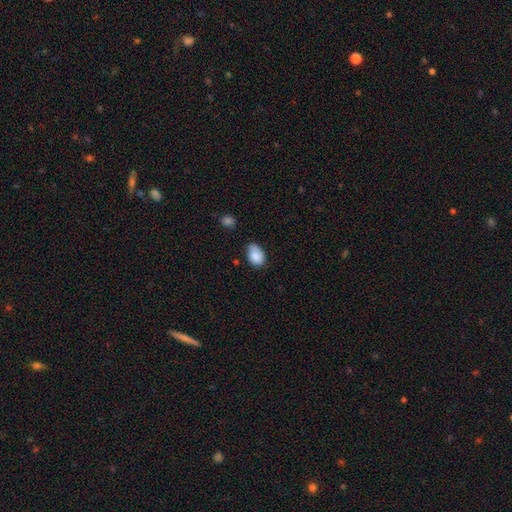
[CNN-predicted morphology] Overall: smooth (86%). How rounded: in between (83%). Merging: none (50%; minor disturbance 39%).